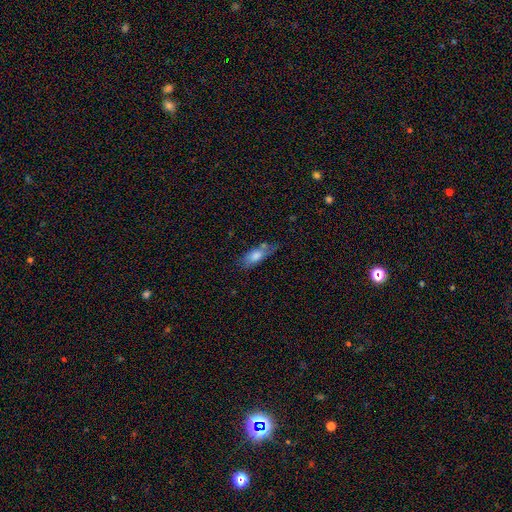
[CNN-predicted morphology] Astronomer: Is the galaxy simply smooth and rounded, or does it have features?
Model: smooth — 74%.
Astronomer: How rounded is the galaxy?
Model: in between — 74%.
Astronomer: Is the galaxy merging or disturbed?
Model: none — 49% (runner-up: minor disturbance, 30%).